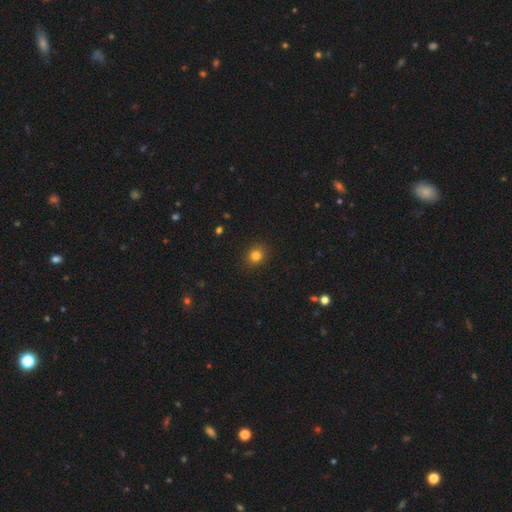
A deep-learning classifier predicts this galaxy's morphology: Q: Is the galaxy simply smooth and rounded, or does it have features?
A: smooth — 81%.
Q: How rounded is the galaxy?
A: round — 80%.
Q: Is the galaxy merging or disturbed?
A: none — 89%.